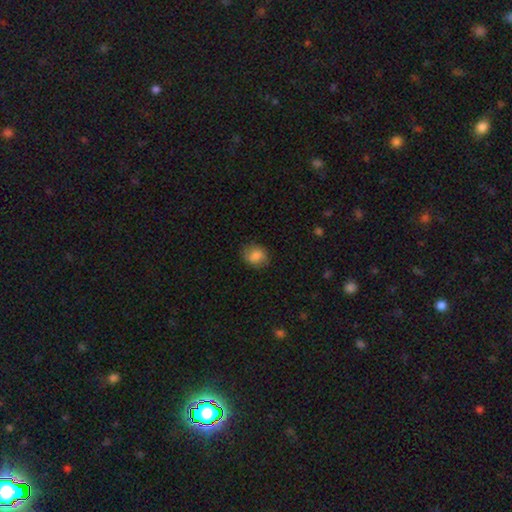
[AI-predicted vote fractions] This appears to be a smooth galaxy with no disk features (80%) that is round (53%). Merging: none (79%).